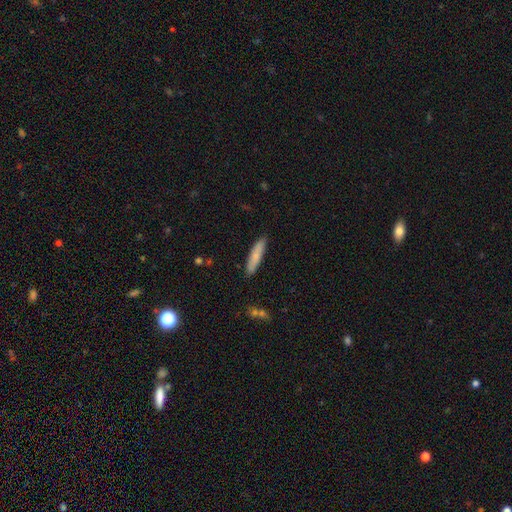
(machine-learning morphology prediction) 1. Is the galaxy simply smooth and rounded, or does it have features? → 75% smooth, 19% featured or disk, 6% star or artifact.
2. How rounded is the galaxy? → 82% cigar-shaped, 16% in between, 2% round.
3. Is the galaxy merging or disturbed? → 87% none, 10% minor disturbance, 2% major disturbance, 1% merger.